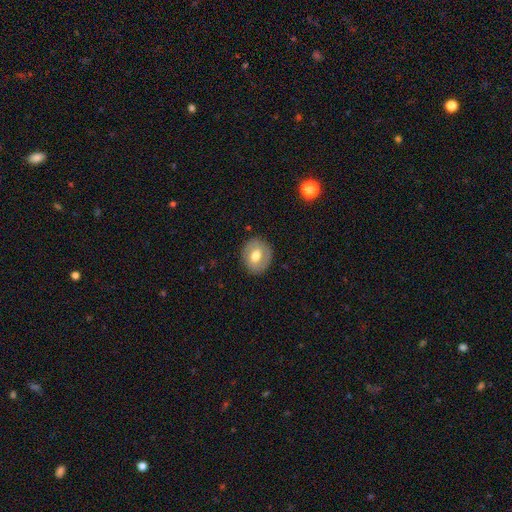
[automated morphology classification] smooth_or_featured: smooth (p=0.57) [alt: featured or disk p=0.36]
how_rounded: round (p=0.67) [alt: in between p=0.32]
merging: none (p=0.85) [alt: minor disturbance p=0.11]